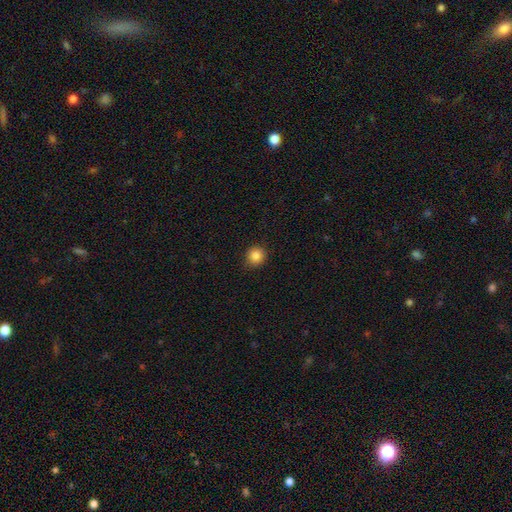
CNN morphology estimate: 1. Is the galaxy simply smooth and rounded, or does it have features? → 85% smooth, 11% star or artifact, 4% featured or disk.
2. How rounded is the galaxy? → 92% round, 8% in between, 1% cigar-shaped.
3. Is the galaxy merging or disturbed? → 90% none, 7% minor disturbance, 2% major disturbance, 1% merger.